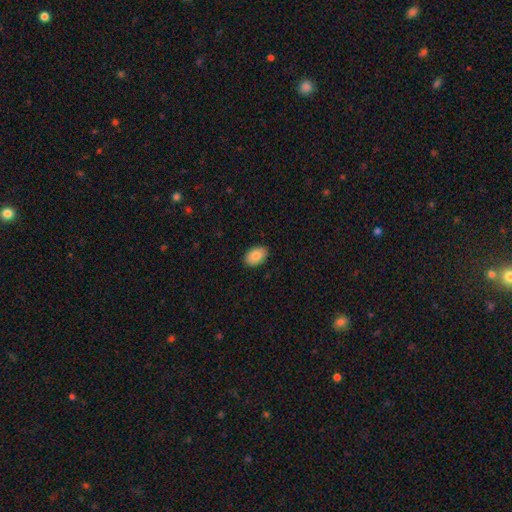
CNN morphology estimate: This appears to be a smooth galaxy with no disk features (86%) that is in between round and cigar-shaped (91%). Merging: none (88%).